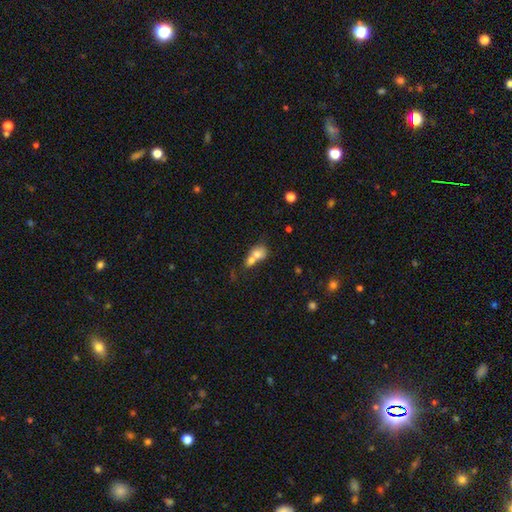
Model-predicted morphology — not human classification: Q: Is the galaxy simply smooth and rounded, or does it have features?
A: smooth — 72%.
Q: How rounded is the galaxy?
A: round — 51%.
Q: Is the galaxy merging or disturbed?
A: merger — 68%.